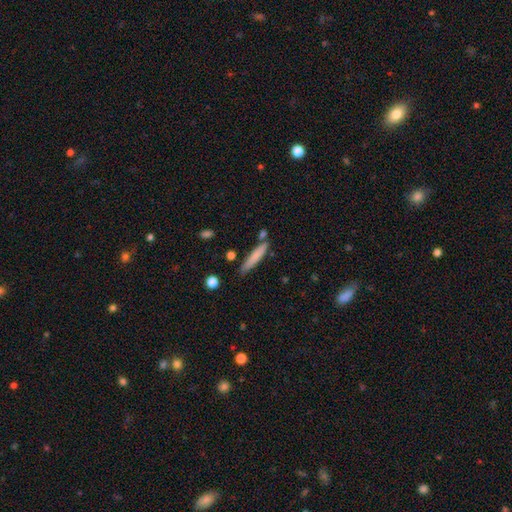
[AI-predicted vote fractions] A smooth galaxy with no disk features (75%) that is cigar-shaped (91%).

Vote fractions:
- Smooth or featured? smooth: 75% / featured or disk: 19% / star or artifact: 6%
- How rounded? cigar-shaped: 91% / in between: 7% / round: 1%
- Merging? none: 77% / minor disturbance: 14% / merger: 6% / major disturbance: 3%